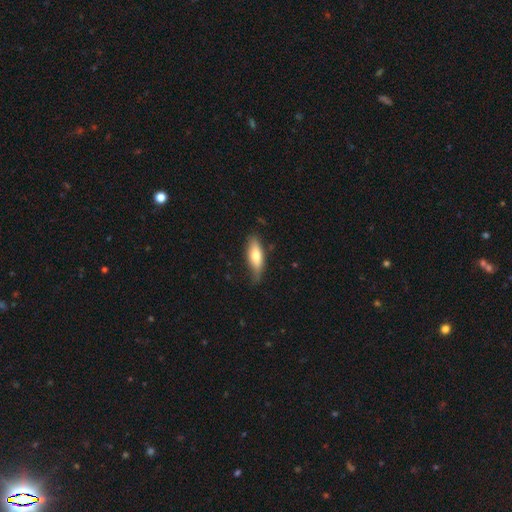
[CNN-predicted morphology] Q: Smooth or featured?
A: smooth (69%); runner-up: featured or disk (26%)
Q: How rounded?
A: in between (60%); runner-up: cigar-shaped (38%)
Q: Merging?
A: none (67%); runner-up: minor disturbance (27%)